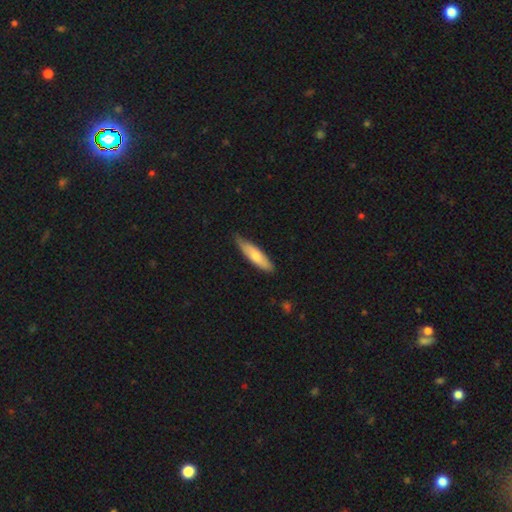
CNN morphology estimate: A smooth galaxy with no disk features (73%) that is cigar-shaped (67%).

Vote fractions:
- Smooth or featured? smooth: 73% / featured or disk: 22% / star or artifact: 5%
- How rounded? cigar-shaped: 67% / in between: 31% / round: 2%
- Merging? none: 70% / minor disturbance: 26% / major disturbance: 3% / merger: 1%